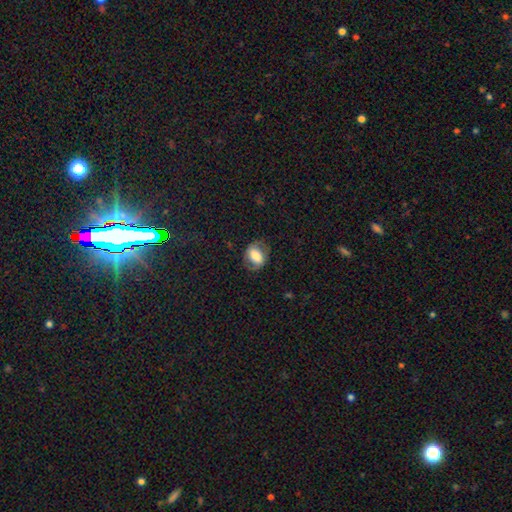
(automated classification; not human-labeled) smooth-or-featured: smooth: 53% | featured or disk: 39% | star or artifact: 8%
  how-rounded: in between: 73% | round: 25% | cigar-shaped: 2%
  merging: none: 70% | minor disturbance: 18% | major disturbance: 11% | merger: 1%